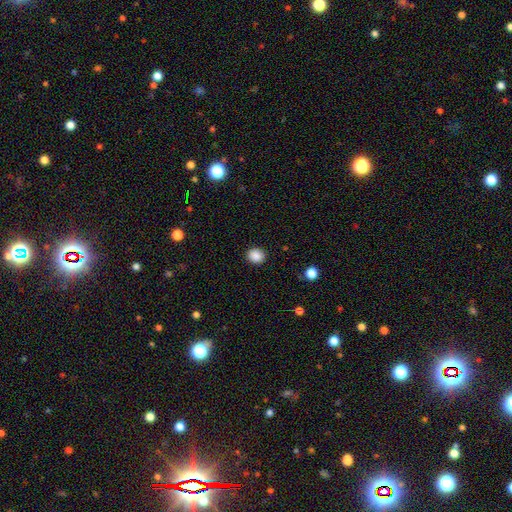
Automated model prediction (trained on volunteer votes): This is clearly a smooth galaxy (88%). How rounded: likely round (78%). Merging: clearly none (91%).